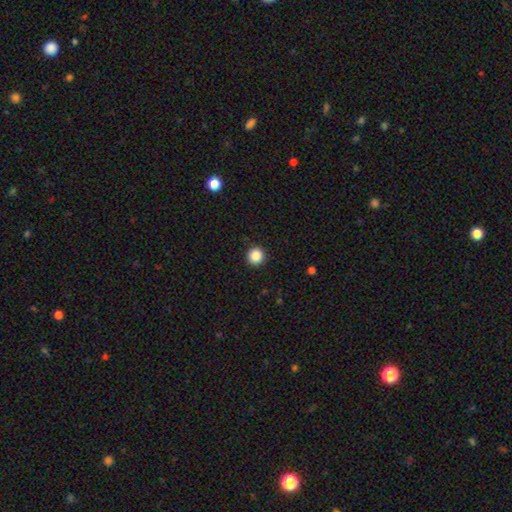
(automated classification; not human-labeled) The model was most divided on "smooth or featured": smooth: 87%, star or artifact: 10%, featured or disk: 2%. More confident: how rounded — round (94%); merging — none (92%).